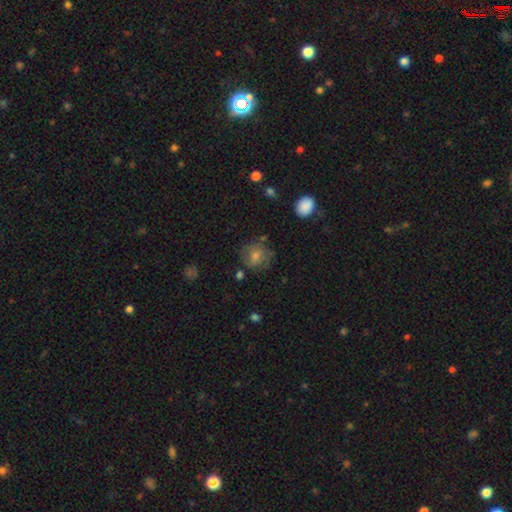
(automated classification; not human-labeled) Smooth or featured?
  - smooth: 55% *
  - featured or disk: 31%
  - star or artifact: 14%
How rounded?
  - round: 81% *
  - in between: 18%
  - cigar-shaped: 1%
Merging?
  - none: 70% *
  - minor disturbance: 19%
  - major disturbance: 8%
  - merger: 3%